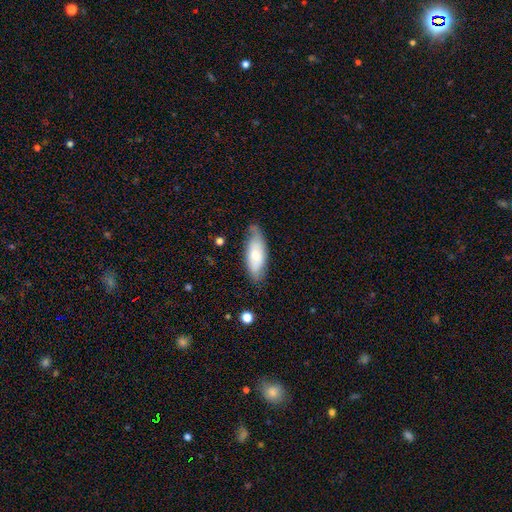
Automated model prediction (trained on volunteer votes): Morphology: type=smooth (69%); roundness=in between (74%); merging=none (65%).